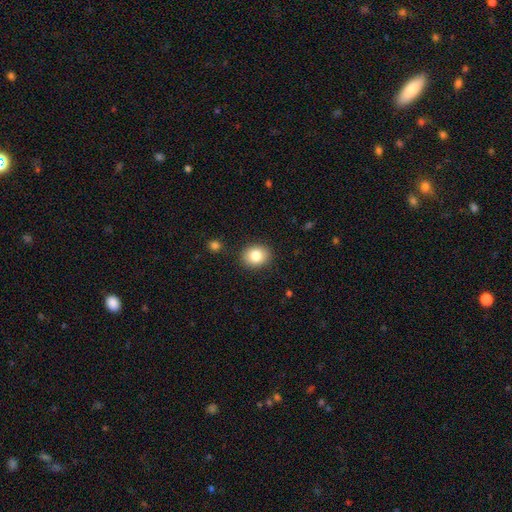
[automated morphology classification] type=smooth (83%); roundness=round (62%); merging=none (88%).